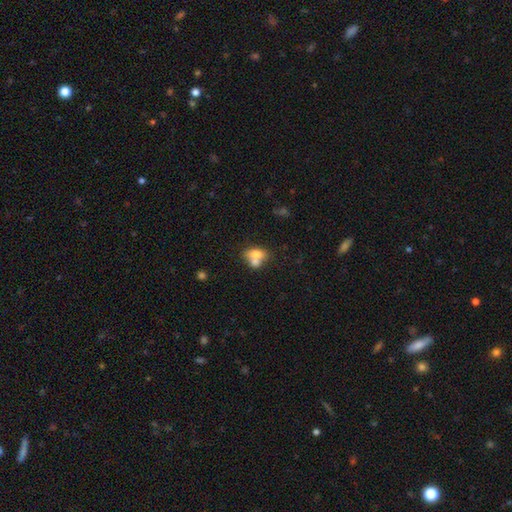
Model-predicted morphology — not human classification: Q: Smooth or featured?
A: smooth (71%); runner-up: featured or disk (20%)
Q: How rounded?
A: in between (71%); runner-up: round (26%)
Q: Merging?
A: merger (59%); runner-up: none (27%)